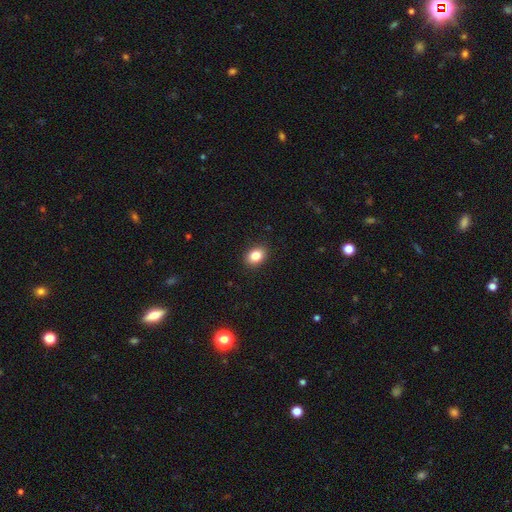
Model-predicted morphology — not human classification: Smooth or featured? Predicted: smooth (p=0.85). How rounded? Predicted: in between (p=0.70). Merging? Predicted: none (p=0.90).